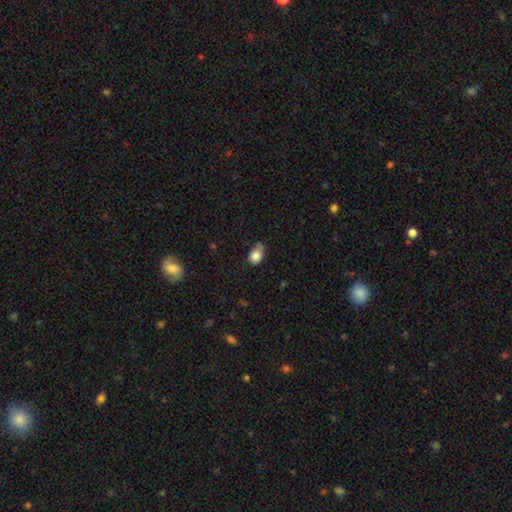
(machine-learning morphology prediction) The model was most divided on "merging": none: 44%, minor disturbance: 41%, major disturbance: 11%, merger: 3%. More confident: smooth or featured — smooth (84%); how rounded — in between (69%).